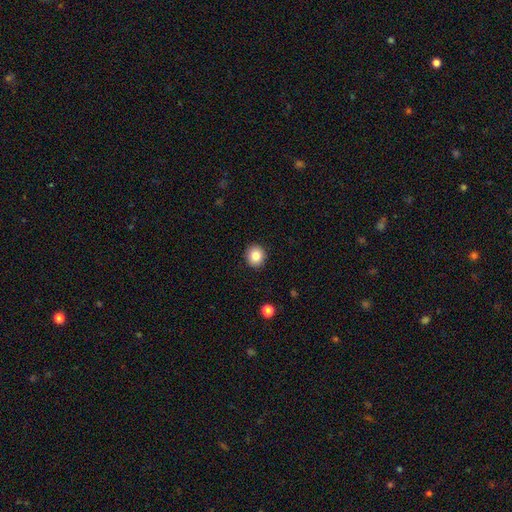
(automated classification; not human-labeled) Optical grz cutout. It shows a smooth galaxy with no disk features (84%) that is round (88%). Merging: none (92%).